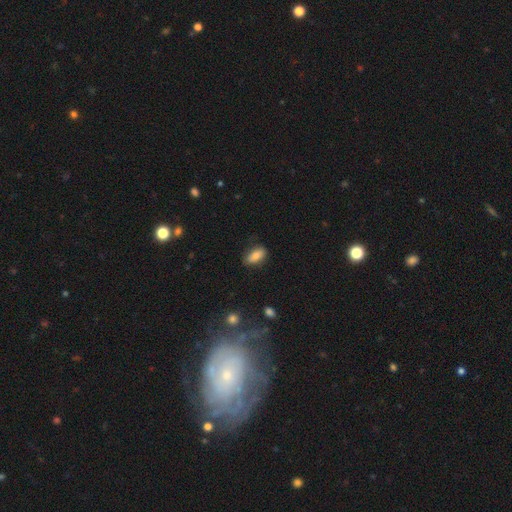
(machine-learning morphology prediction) type=smooth (80%); roundness=in between (89%); merging=none (78%).